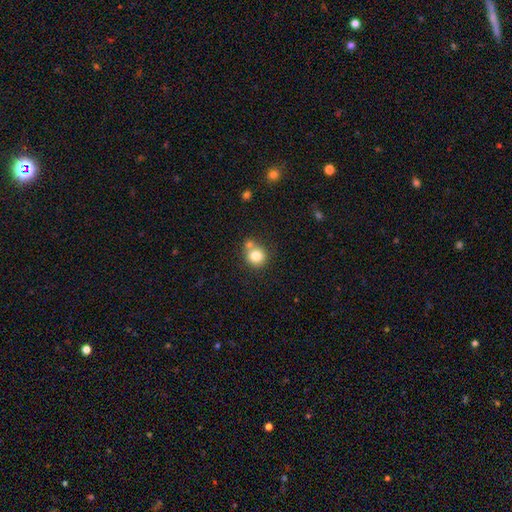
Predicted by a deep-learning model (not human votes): Overall: smooth (80%). How rounded: round (85%). Merging: none (58%; merger 29%).